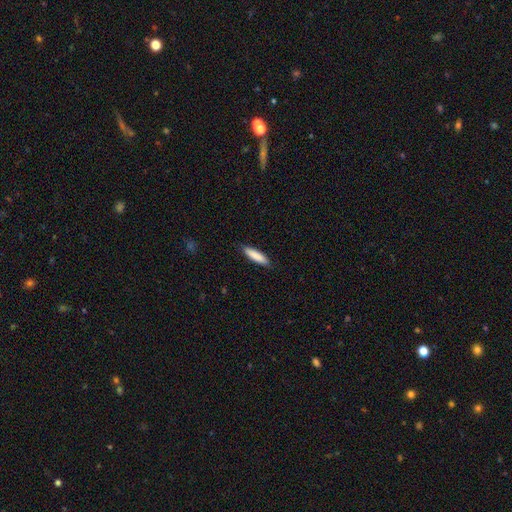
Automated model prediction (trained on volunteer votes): smooth 86%, featured or disk 9%, star or artifact 5%. Down the decision tree: how rounded — cigar-shaped (78%); merging — none (88%).